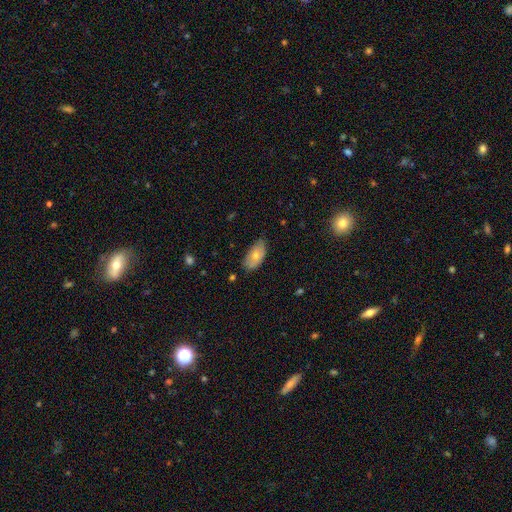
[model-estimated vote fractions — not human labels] A smooth galaxy with no disk features (68%) that is in between round and cigar-shaped (93%). Merging: none (67%).